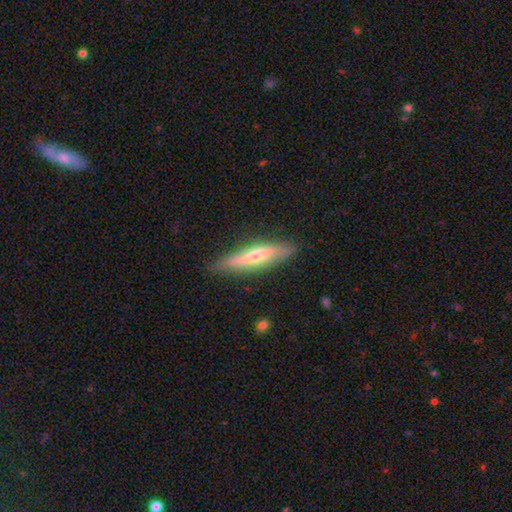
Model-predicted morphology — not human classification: This is possibly a featured or disk galaxy (54%). It is clearly viewed edge-on (82%). Merging: clearly none (82%).